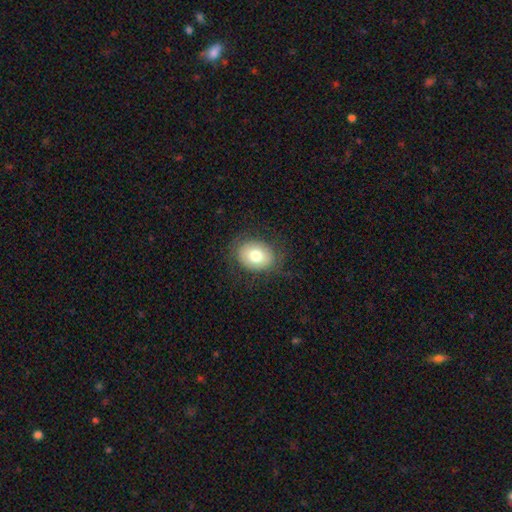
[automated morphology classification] A smooth galaxy with no disk features (74%) that is in between round and cigar-shaped (52%).

Vote fractions:
- Smooth or featured? smooth: 74% / featured or disk: 17% / star or artifact: 9%
- How rounded? in between: 52% / round: 47% / cigar-shaped: 1%
- Merging? none: 79% / minor disturbance: 14% / major disturbance: 7% / merger: 1%